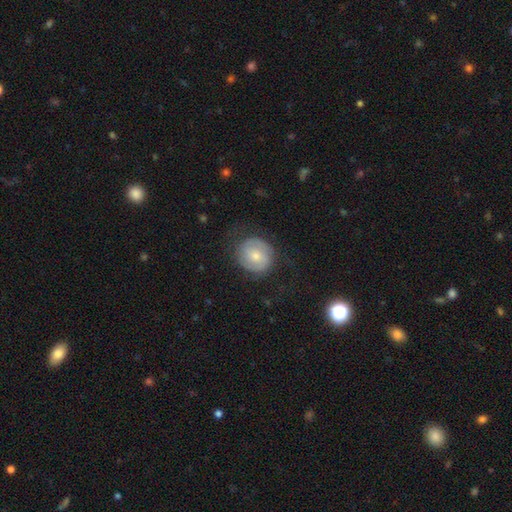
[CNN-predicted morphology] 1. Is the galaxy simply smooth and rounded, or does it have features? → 56% featured or disk, 37% smooth, 7% star or artifact.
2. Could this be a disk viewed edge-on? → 97% no, 3% yes.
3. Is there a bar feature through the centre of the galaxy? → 55% no, 36% weak, 8% strong.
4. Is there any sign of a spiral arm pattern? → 82% yes, 18% no.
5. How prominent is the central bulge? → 50% moderate, 43% small, 3% large, 2% none, 1% dominant.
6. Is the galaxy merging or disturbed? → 72% none, 17% minor disturbance, 10% major disturbance, 1% merger.